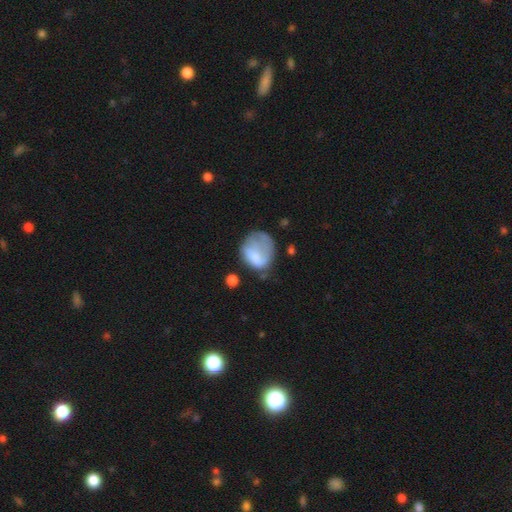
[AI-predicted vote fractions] Q: Smooth or featured?
A: smooth (63%); runner-up: featured or disk (28%)
Q: How rounded?
A: round (55%); runner-up: in between (43%)
Q: Merging?
A: major disturbance (33%); tied with: none (33%)